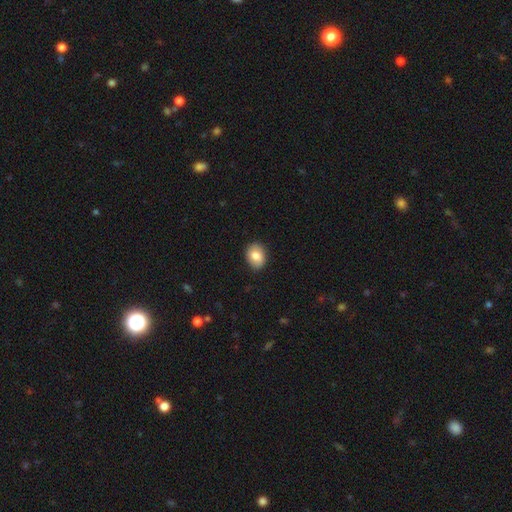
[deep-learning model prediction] A smooth galaxy with no disk features (81%) that is in between round and cigar-shaped (64%).

Vote fractions:
- Smooth or featured? smooth: 81% / featured or disk: 12% / star or artifact: 7%
- How rounded? in between: 64% / round: 35% / cigar-shaped: 1%
- Merging? none: 87% / minor disturbance: 10% / major disturbance: 2% / merger: 1%